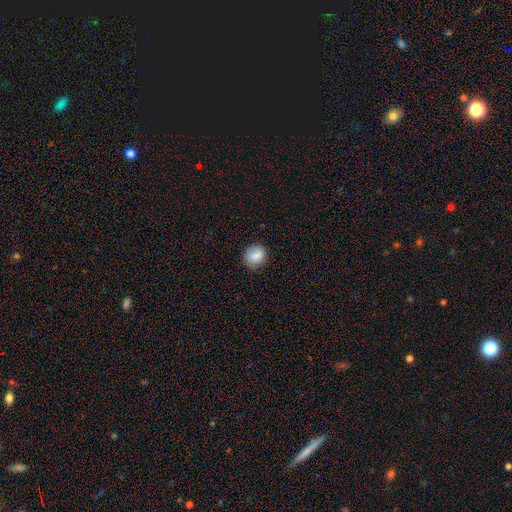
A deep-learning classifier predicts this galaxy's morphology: The model was most divided on "how rounded": round: 76%, in between: 23%, cigar-shaped: 1%. More confident: smooth or featured — smooth (83%); merging — none (80%).